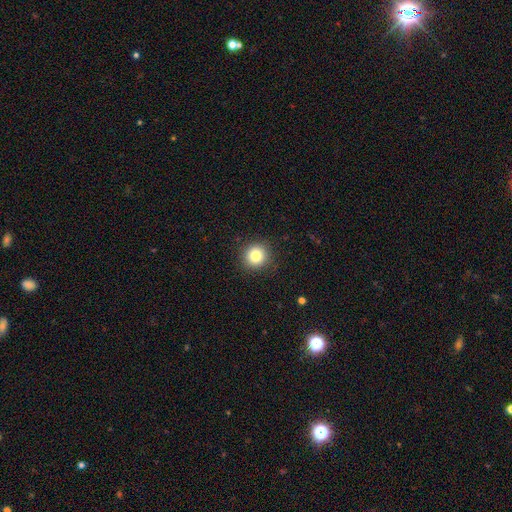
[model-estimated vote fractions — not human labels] smooth-or-featured: smooth: 82% | star or artifact: 11% | featured or disk: 7%
  how-rounded: round: 92% | in between: 7% | cigar-shaped: 1%
  merging: none: 90% | minor disturbance: 7% | major disturbance: 2% | merger: 1%